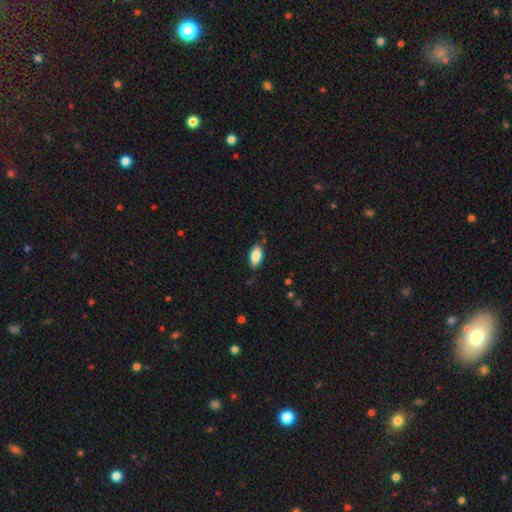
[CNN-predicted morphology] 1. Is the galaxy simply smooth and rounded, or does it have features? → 84% smooth, 9% featured or disk, 7% star or artifact.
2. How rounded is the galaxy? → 91% in between, 6% cigar-shaped, 3% round.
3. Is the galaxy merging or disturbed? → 78% none, 18% minor disturbance, 3% major disturbance, 1% merger.